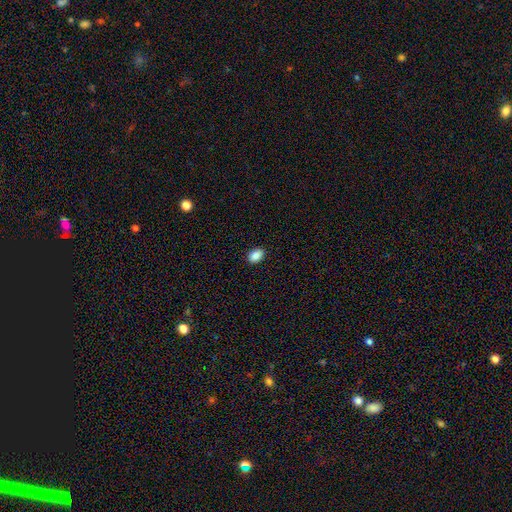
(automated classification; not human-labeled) Smooth or featured? smooth (88%)
How rounded? in between (80%)
Merging? none (91%)